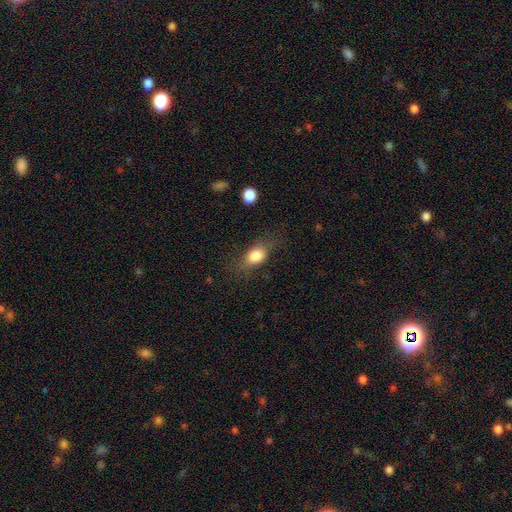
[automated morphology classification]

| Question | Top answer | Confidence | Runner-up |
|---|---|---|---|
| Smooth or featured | smooth | 80% | featured or disk (12%) |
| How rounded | in between | 73% | round (22%) |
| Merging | none | 61% | minor disturbance (22%) |